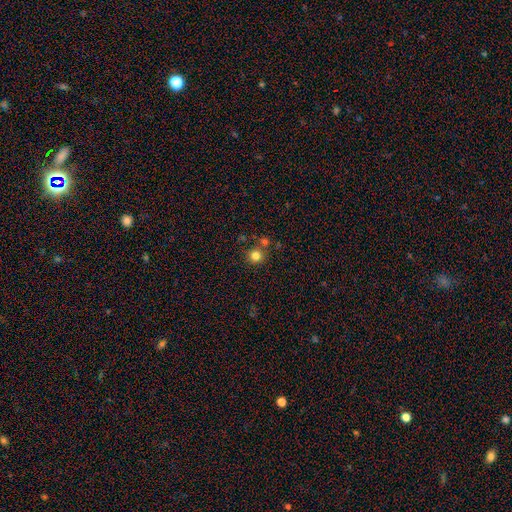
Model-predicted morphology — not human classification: type=smooth (81%); roundness=round (93%); merging=none (77%).